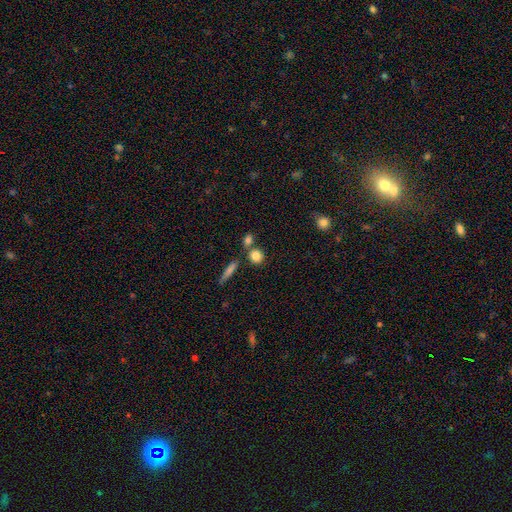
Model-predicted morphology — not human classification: The model was most divided on "merging": none: 66%, merger: 22%, minor disturbance: 9%, major disturbance: 3%. More confident: smooth or featured — smooth (83%); how rounded — round (74%).